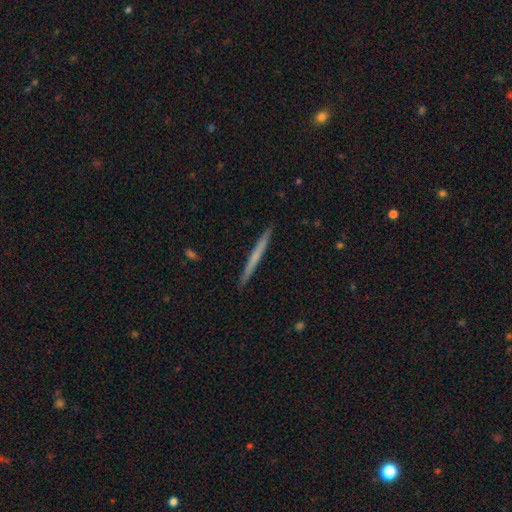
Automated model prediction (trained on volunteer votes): This is possibly a smooth galaxy (52%). How rounded: clearly cigar-shaped (97%). Merging: clearly none (93%).